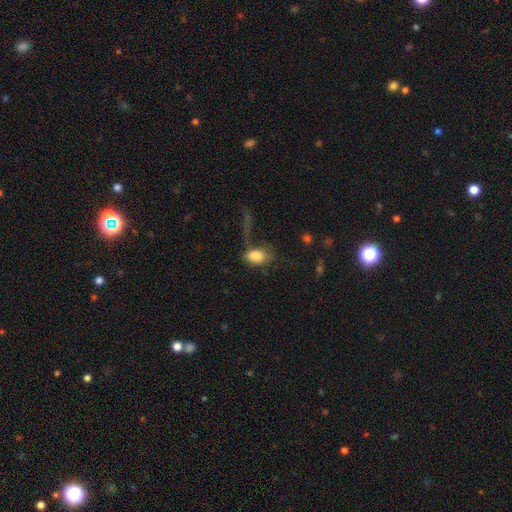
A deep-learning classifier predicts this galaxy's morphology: This appears to be a smooth galaxy with no disk features (81%) that is in between round and cigar-shaped (89%). Merging: none (38%).